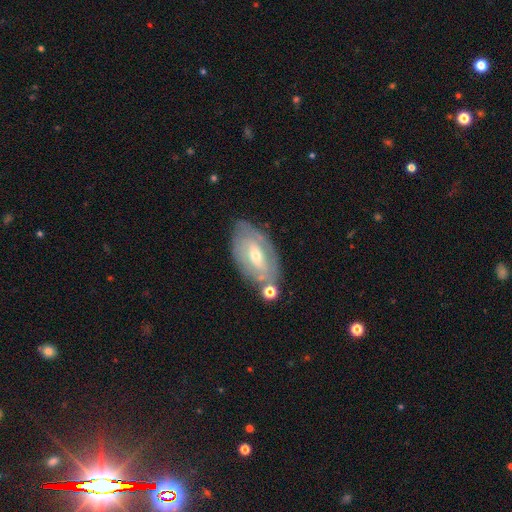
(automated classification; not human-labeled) Smooth or featured? featured or disk (68%)
Edge-on disk? no (90%)
Bar? weak (41%)
Spiral arms? yes (58%)
Bulge size? moderate (53%)
Merging? none (65%)